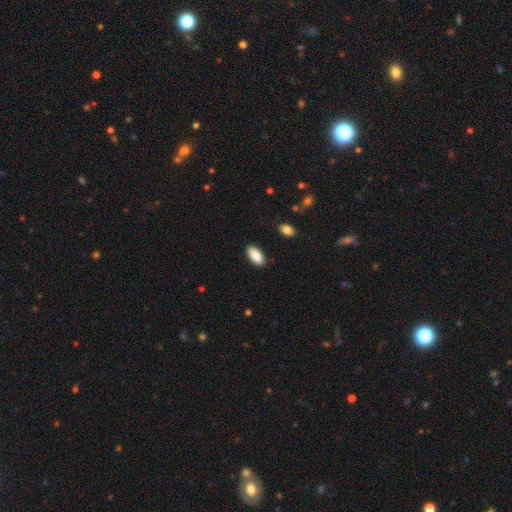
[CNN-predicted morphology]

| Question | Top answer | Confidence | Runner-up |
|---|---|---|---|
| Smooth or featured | smooth | 90% | star or artifact (6%) |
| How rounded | in between | 92% | cigar-shaped (6%) |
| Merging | none | 86% | minor disturbance (10%) |